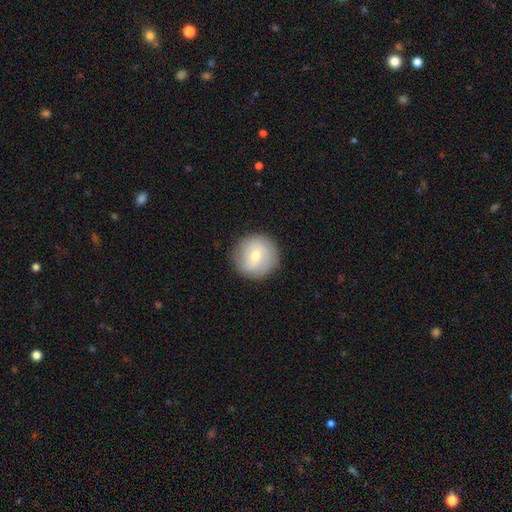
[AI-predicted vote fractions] Smooth or featured?
  - smooth: 57% *
  - featured or disk: 35%
  - star or artifact: 8%
How rounded?
  - round: 95% *
  - in between: 4%
  - cigar-shaped: 1%
Merging?
  - none: 87% *
  - minor disturbance: 9%
  - major disturbance: 3%
  - merger: 1%